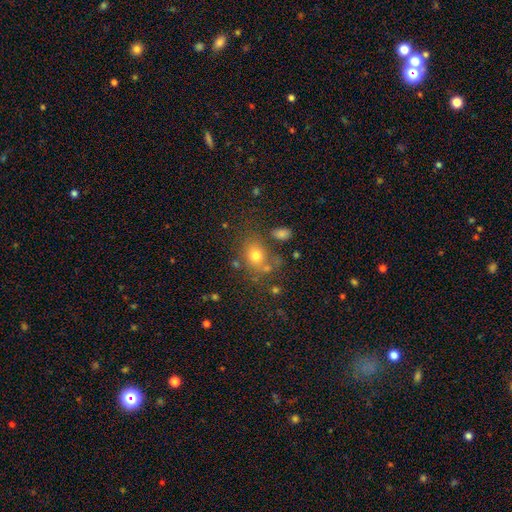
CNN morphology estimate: This is likely a smooth galaxy (73%). How rounded: possibly round (58%). Merging: likely none (64%).